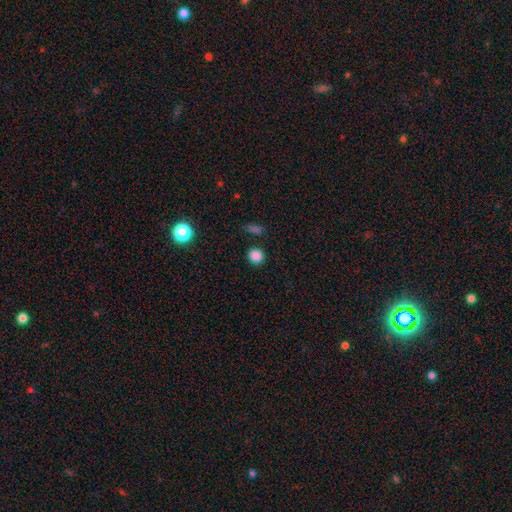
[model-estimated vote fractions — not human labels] smooth 84%, star or artifact 13%, featured or disk 3%. Down the decision tree: how rounded — round (92%); merging — none (88%).